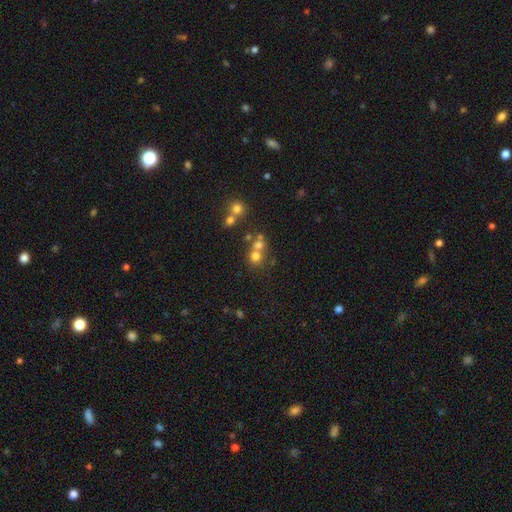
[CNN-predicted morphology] The model was most divided on "merging": none: 48%, merger: 41%, minor disturbance: 7%, major disturbance: 4%. More confident: how rounded — round (85%); smooth or featured — smooth (67%).